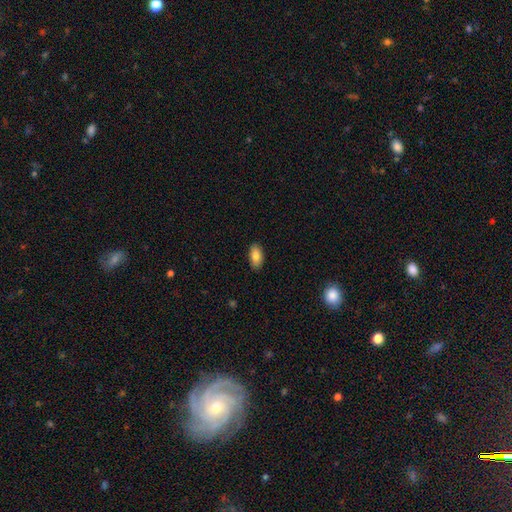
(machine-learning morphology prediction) Smooth or featured? smooth (84%)
How rounded? in between (93%)
Merging? none (88%)